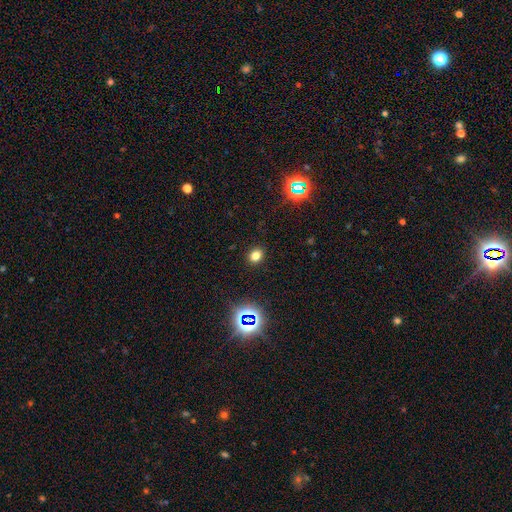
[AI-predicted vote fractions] A smooth galaxy with no disk features (75%) that is round (58%). Merging: none (90%).